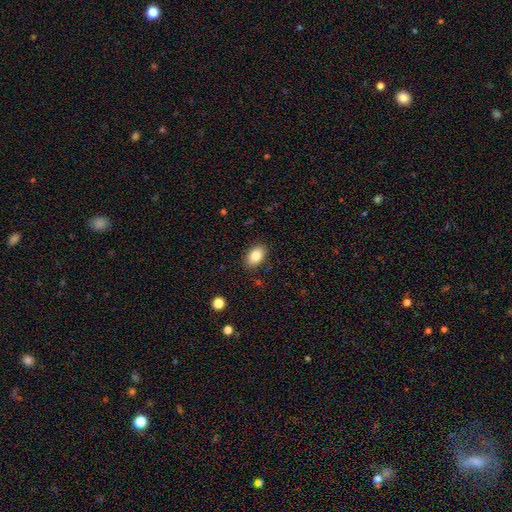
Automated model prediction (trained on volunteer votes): Smooth or featured? Predicted: smooth (p=0.84). How rounded? Predicted: in between (p=0.89). Merging? Predicted: none (p=0.87).